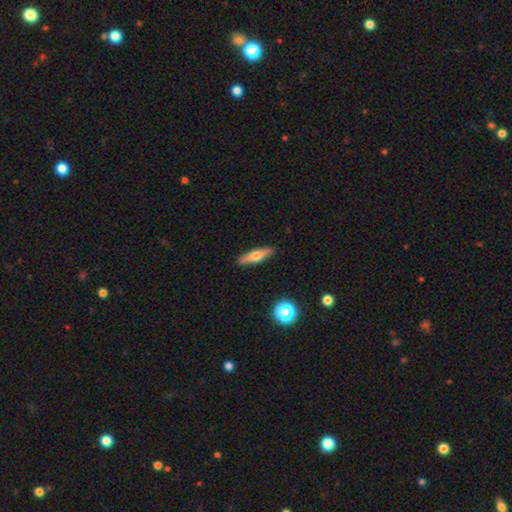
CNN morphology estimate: smooth_or_featured: smooth (p=0.52) [alt: featured or disk p=0.41]
how_rounded: cigar-shaped (p=0.72) [alt: in between p=0.24]
merging: none (p=0.90) [alt: minor disturbance p=0.07]